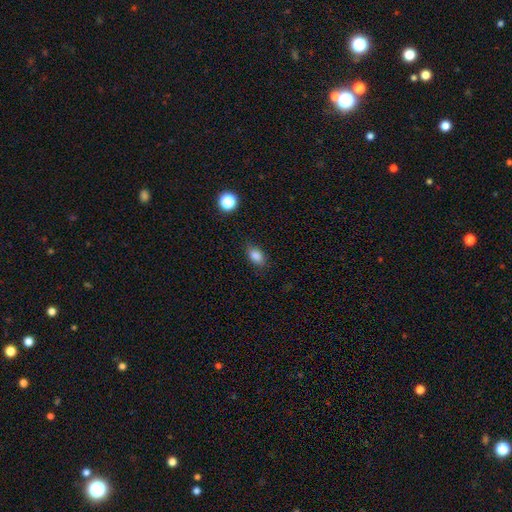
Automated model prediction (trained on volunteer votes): smooth_or_featured: smooth (p=0.84) [alt: star or artifact p=0.10]
how_rounded: in between (p=0.84) [alt: round p=0.13]
merging: none (p=0.80) [alt: minor disturbance p=0.15]